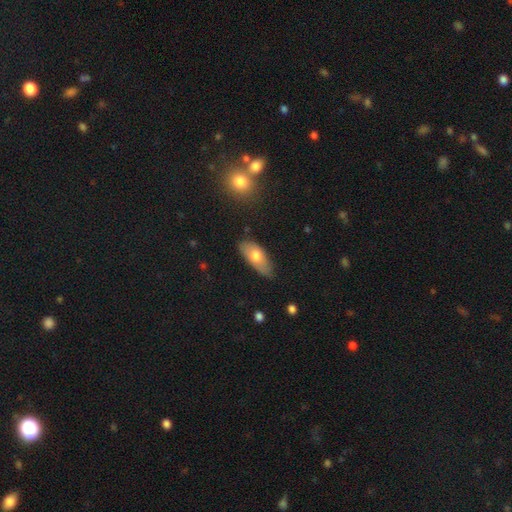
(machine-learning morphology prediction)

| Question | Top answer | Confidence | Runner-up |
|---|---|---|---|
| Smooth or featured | smooth | 70% | featured or disk (23%) |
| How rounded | in between | 84% | cigar-shaped (12%) |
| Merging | none | 66% | minor disturbance (27%) |